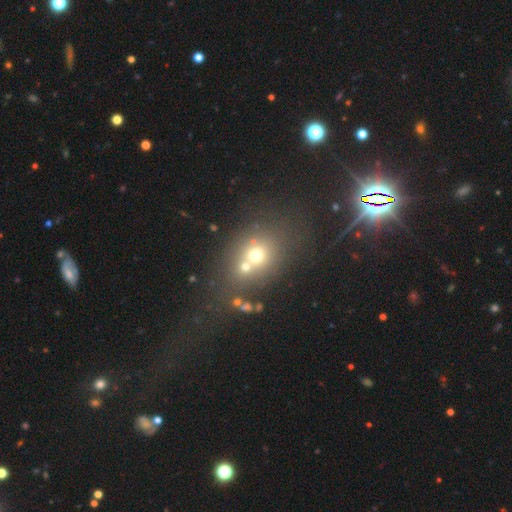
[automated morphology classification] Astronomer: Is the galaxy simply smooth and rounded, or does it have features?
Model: smooth — 61%.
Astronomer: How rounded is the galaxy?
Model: round — 59% (runner-up: in between, 40%).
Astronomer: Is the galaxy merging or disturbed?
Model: none — 48% (runner-up: merger, 36%).